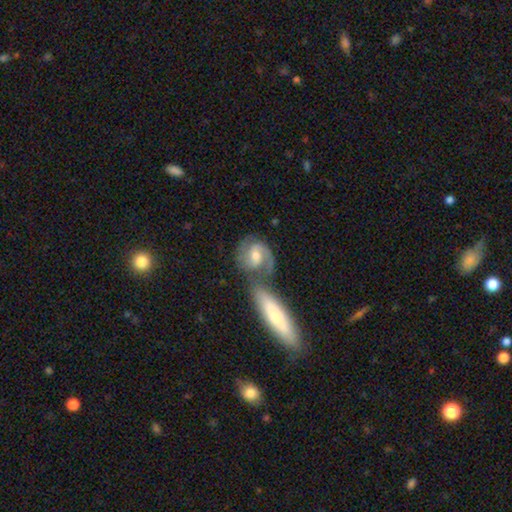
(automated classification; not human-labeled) Smooth or featured? Predicted: featured or disk (p=0.72). Edge-on disk? Predicted: no (p=0.94). Bar? Predicted: weak (p=0.46). Spiral arms? Predicted: yes (p=0.92). Spiral winding? Predicted: medium (p=0.49). Spiral arm count? Predicted: 2 (p=0.77). Bulge size? Predicted: moderate (p=0.62). Merging? Predicted: merger (p=0.43).